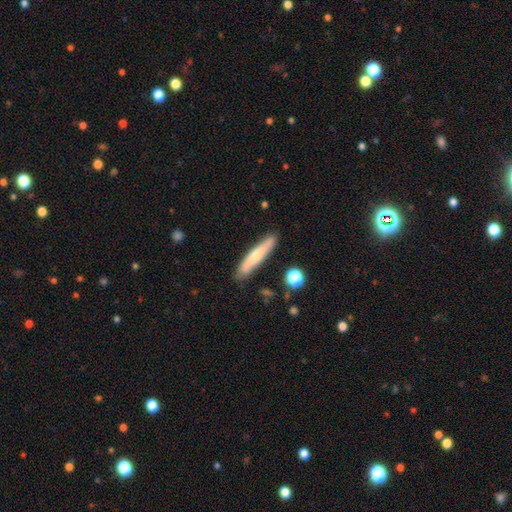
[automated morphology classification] A smooth galaxy with no disk features (57%) that is cigar-shaped (88%).

Vote fractions:
- Smooth or featured? smooth: 57% / featured or disk: 37% / star or artifact: 6%
- How rounded? cigar-shaped: 88% / in between: 10% / round: 2%
- Merging? none: 83% / minor disturbance: 12% / merger: 3% / major disturbance: 2%